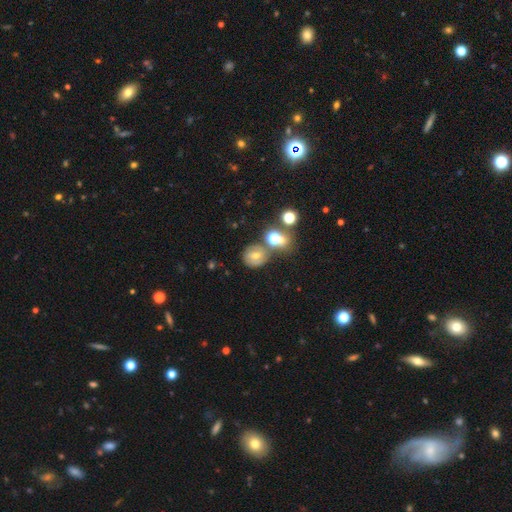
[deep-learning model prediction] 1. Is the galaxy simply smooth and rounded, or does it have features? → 41% smooth, 35% featured or disk, 24% star or artifact.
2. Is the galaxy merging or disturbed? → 62% none, 18% merger, 14% minor disturbance, 6% major disturbance.